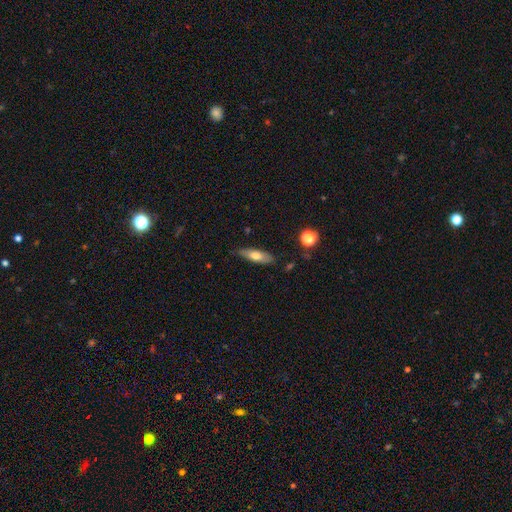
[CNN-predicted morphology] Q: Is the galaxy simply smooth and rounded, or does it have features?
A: smooth — 64%.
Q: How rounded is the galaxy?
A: in between — 50%.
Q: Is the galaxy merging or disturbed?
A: none — 77%.